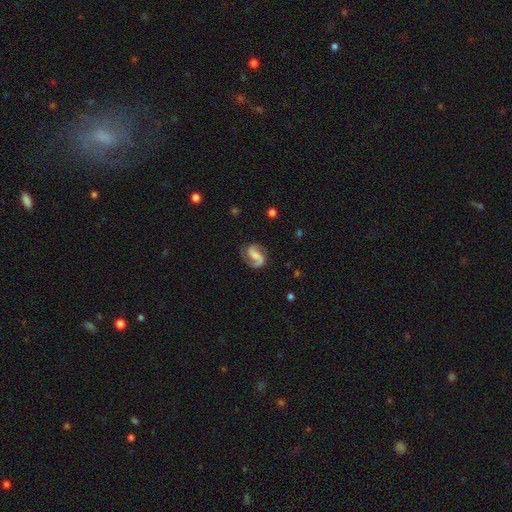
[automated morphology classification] Smooth or featured? featured or disk (84%)
Edge-on disk? no (98%)
Bar? weak (43%)
Spiral arms? yes (97%)
Spiral winding? medium (48%)
Spiral arm count? 2 (82%)
Bulge size? none (39%)
Merging? none (73%)